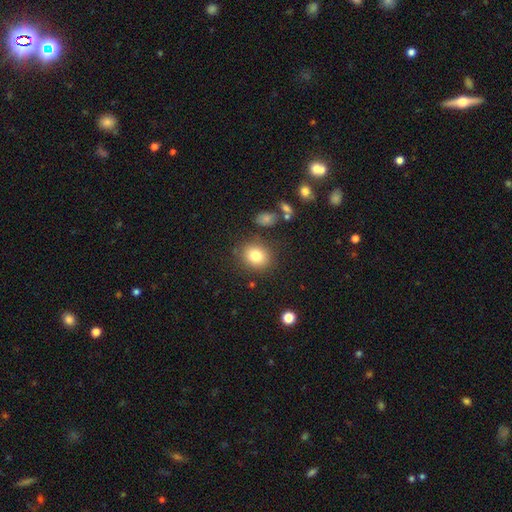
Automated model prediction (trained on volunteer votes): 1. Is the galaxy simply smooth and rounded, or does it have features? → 80% smooth, 11% star or artifact, 9% featured or disk.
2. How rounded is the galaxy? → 69% round, 30% in between, 1% cigar-shaped.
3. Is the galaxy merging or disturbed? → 83% none, 10% minor disturbance, 4% major disturbance, 3% merger.